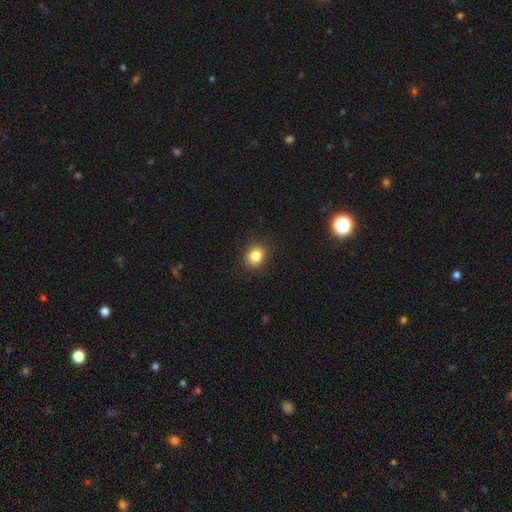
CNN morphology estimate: smooth-or-featured: smooth: 84% | star or artifact: 10% | featured or disk: 5%
  how-rounded: round: 70% | in between: 29% | cigar-shaped: 1%
  merging: none: 89% | minor disturbance: 8% | major disturbance: 2% | merger: 1%